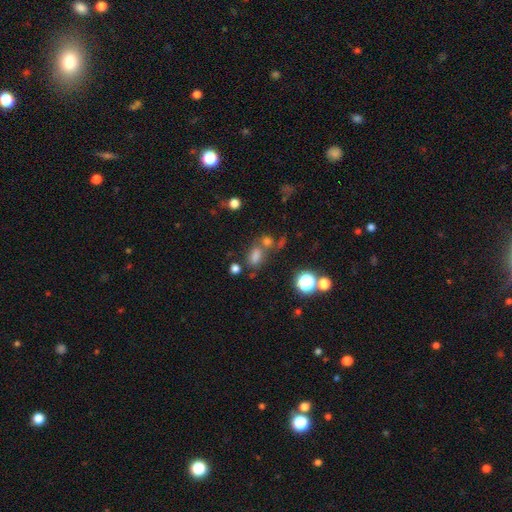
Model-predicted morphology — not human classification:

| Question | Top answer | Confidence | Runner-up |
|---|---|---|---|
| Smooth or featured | smooth | 71% | star or artifact (21%) |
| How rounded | in between | 75% | round (22%) |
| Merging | none | 54% | merger (25%) |